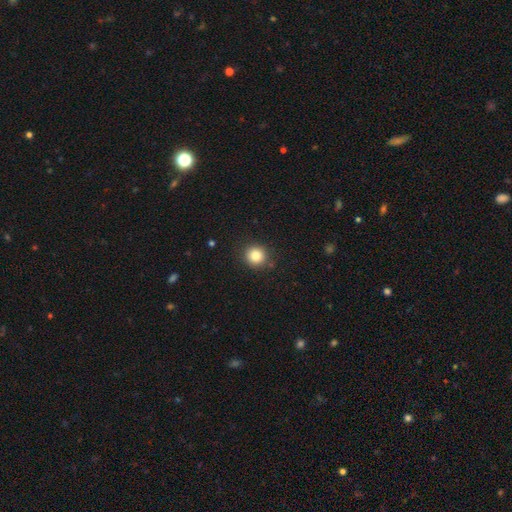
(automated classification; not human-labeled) Smooth or featured? smooth (83%)
How rounded? round (92%)
Merging? none (90%)